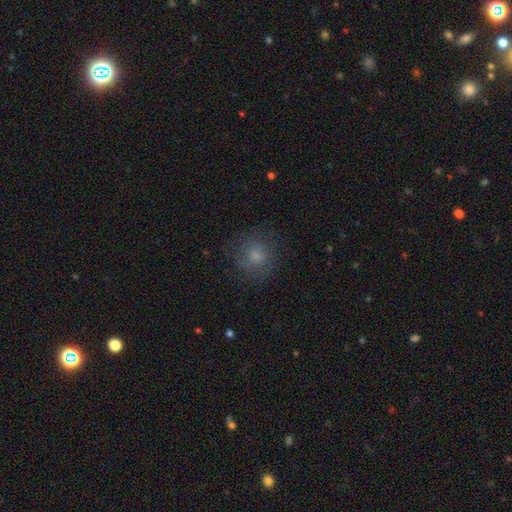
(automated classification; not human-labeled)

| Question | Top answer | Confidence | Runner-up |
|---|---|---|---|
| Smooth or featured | smooth | 64% | featured or disk (24%) |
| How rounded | round | 87% | in between (12%) |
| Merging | none | 74% | minor disturbance (15%) |